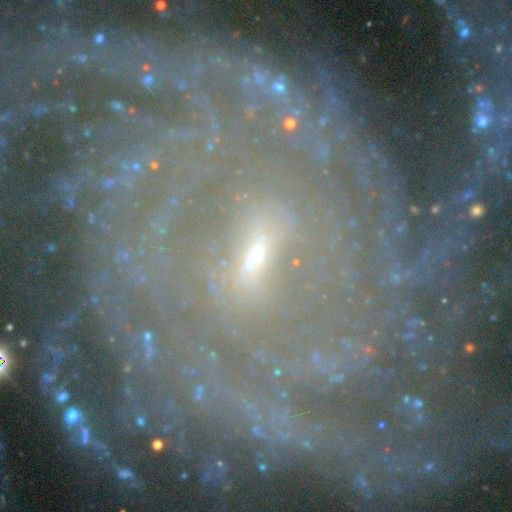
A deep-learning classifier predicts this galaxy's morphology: Smooth or featured? featured or disk (83%)
Edge-on disk? no (96%)
Bar? weak (41%)
Spiral arms? yes (94%)
Spiral winding? tight (69%)
Spiral arm count? can't tell (33%)
Bulge size? small (79%)
Merging? none (67%)